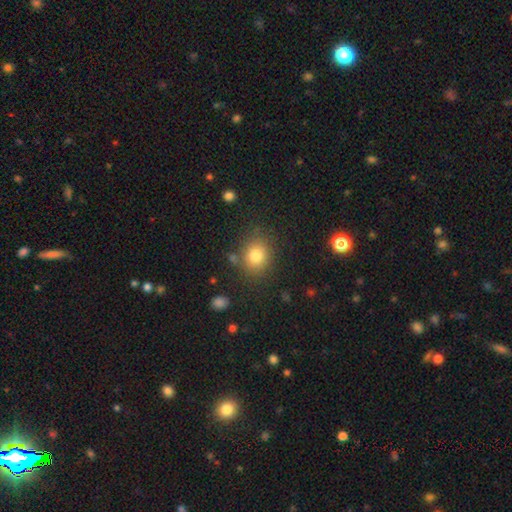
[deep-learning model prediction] Smooth or featured: smooth — 80% (star or artifact — 12%)
How rounded: round — 71% (in between — 28%)
Merging: none — 80% (minor disturbance — 11%)